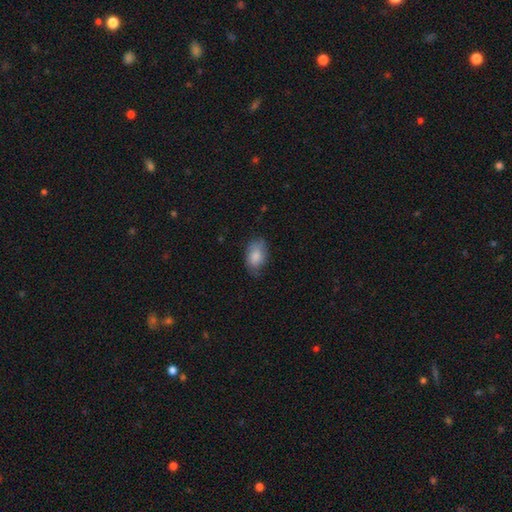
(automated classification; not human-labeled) The model was most divided on "merging": none: 66%, minor disturbance: 27%, major disturbance: 6%, merger: 1%. More confident: how rounded — in between (90%); smooth or featured — smooth (82%).